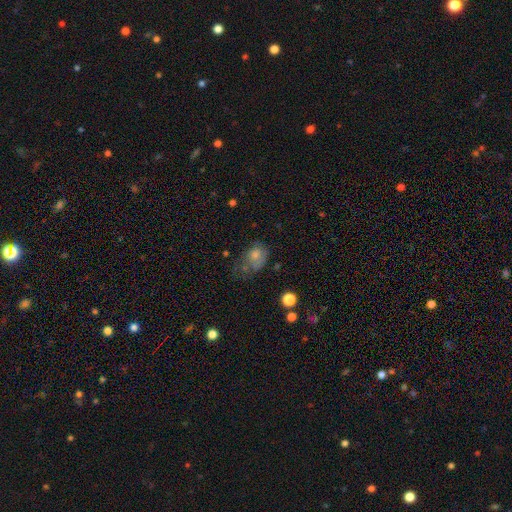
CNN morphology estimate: A smooth galaxy with no disk features (63%) that is in between round and cigar-shaped (68%). Merging: major disturbance (36%).